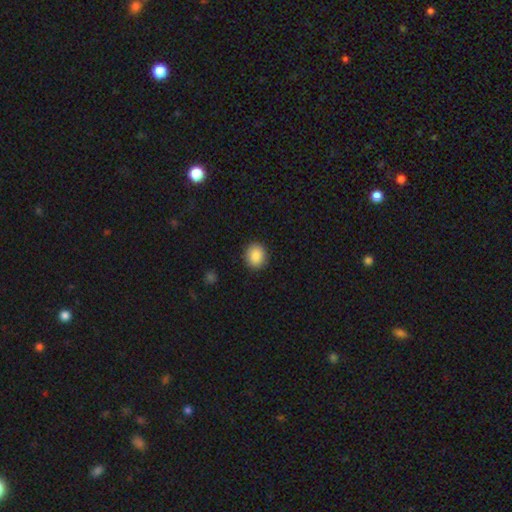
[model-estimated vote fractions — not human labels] Overall: smooth (88%). How rounded: round (75%). Merging: none (90%).